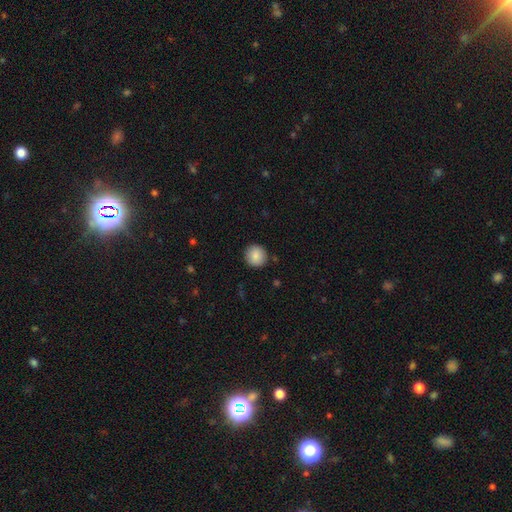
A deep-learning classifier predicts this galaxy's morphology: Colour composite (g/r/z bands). It shows a smooth galaxy with no disk features (87%) that is round (94%). Merging: none (91%).